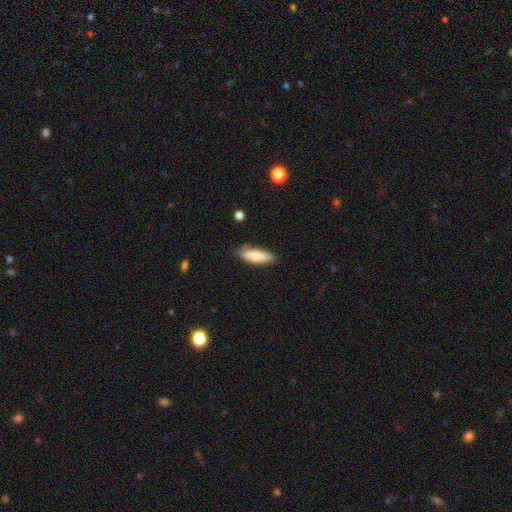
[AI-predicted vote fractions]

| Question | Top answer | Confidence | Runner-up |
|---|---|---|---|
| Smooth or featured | smooth | 83% | featured or disk (11%) |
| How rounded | in between | 57% | cigar-shaped (41%) |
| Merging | none | 77% | minor disturbance (18%) |